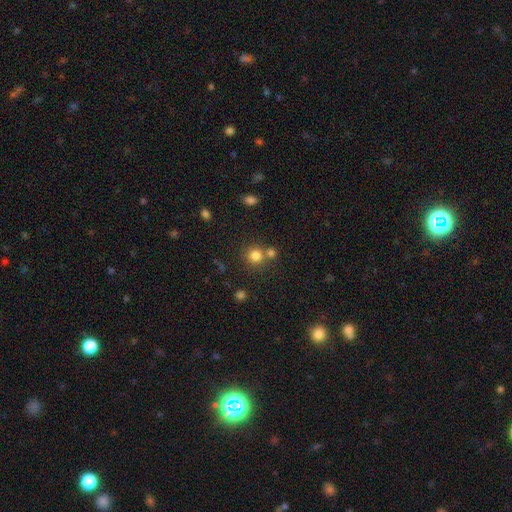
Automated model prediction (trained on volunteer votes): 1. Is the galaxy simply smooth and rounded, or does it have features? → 80% smooth, 14% star or artifact, 7% featured or disk.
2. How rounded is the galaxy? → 90% round, 9% in between, 1% cigar-shaped.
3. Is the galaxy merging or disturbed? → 63% none, 27% merger, 7% minor disturbance, 3% major disturbance.